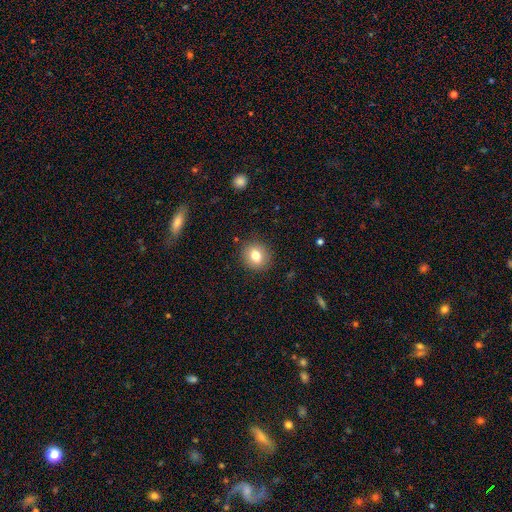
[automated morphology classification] type=smooth (79%); roundness=round (79%); merging=none (89%).